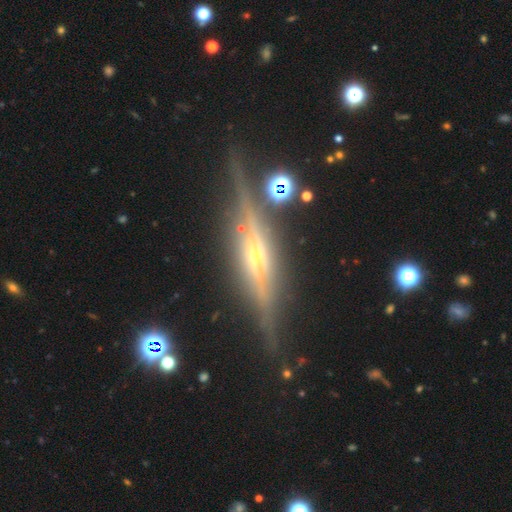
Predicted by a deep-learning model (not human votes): This is clearly a featured or disk galaxy (83%). It is clearly viewed edge-on (93%). Edge-on bulge: likely rounded (75%). Merging: clearly none (81%).